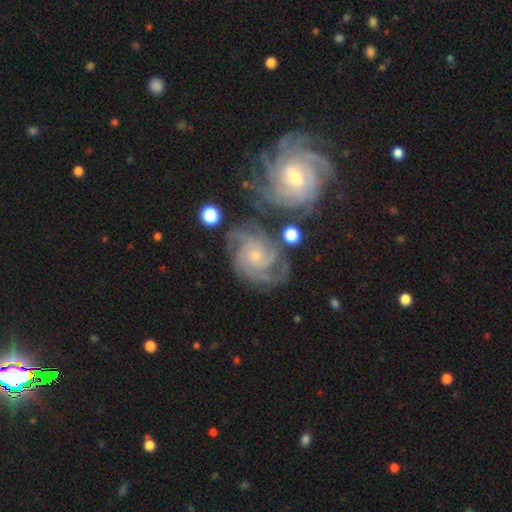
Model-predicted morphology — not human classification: Overall: featured or disk (88%). Edge-on disk: no (98%). Bar: no (72%). Spiral arms: yes (98%). Spiral arm count: 4 (35%; 3 28%). Spiral winding: tight (62%; medium 32%). Bulge size: small (71%). Merging: none (63%).